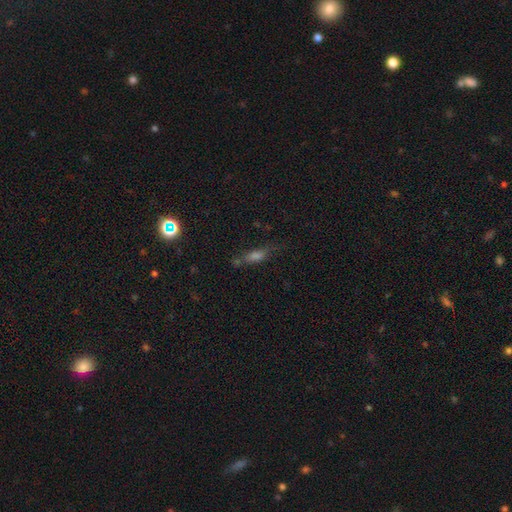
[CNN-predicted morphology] smooth_or_featured: smooth (p=0.49) [alt: featured or disk p=0.27]
merging: none (p=0.58) [alt: minor disturbance p=0.21]